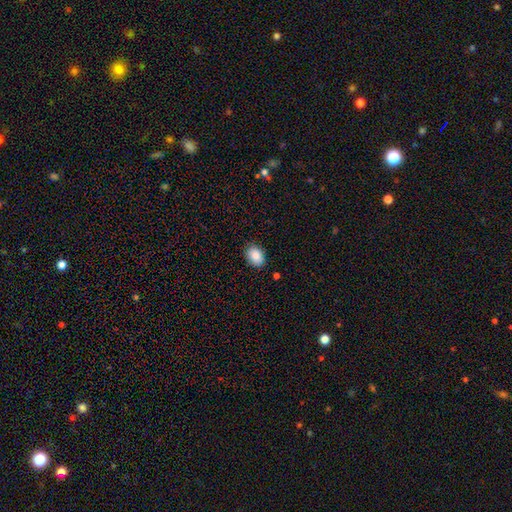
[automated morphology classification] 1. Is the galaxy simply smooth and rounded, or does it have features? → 88% smooth, 7% star or artifact, 4% featured or disk.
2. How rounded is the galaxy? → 77% in between, 22% round, 1% cigar-shaped.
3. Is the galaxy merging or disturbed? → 85% none, 11% minor disturbance, 2% major disturbance, 1% merger.